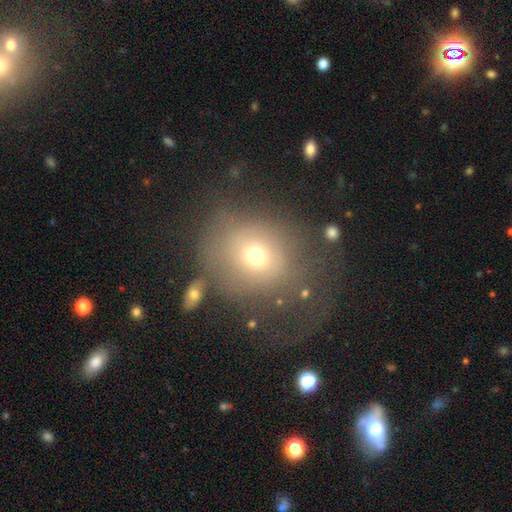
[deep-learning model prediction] This appears to be a smooth galaxy with no disk features (64%) that is round (77%). Merging: none (44%).